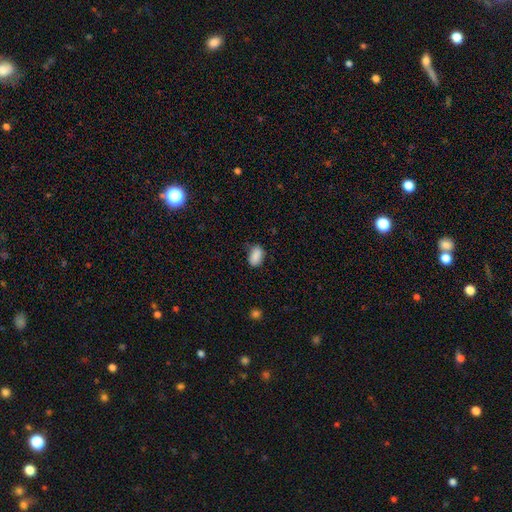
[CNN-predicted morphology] This appears to be a smooth galaxy with no disk features (88%) that is in between round and cigar-shaped (90%). Merging: none (74%).